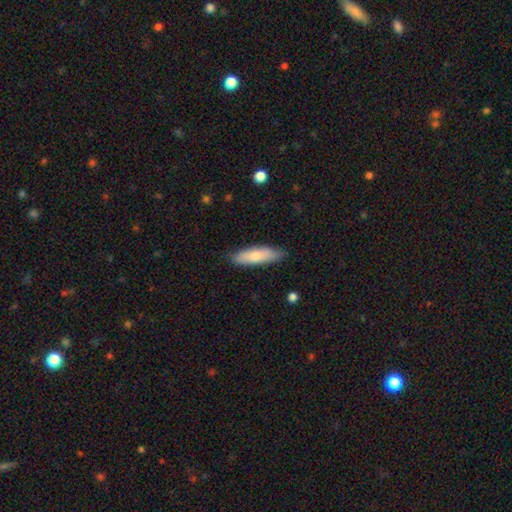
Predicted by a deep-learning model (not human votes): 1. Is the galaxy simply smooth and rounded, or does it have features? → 74% smooth, 20% featured or disk, 6% star or artifact.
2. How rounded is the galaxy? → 63% cigar-shaped, 35% in between, 2% round.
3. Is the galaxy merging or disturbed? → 83% none, 14% minor disturbance, 2% major disturbance, 1% merger.